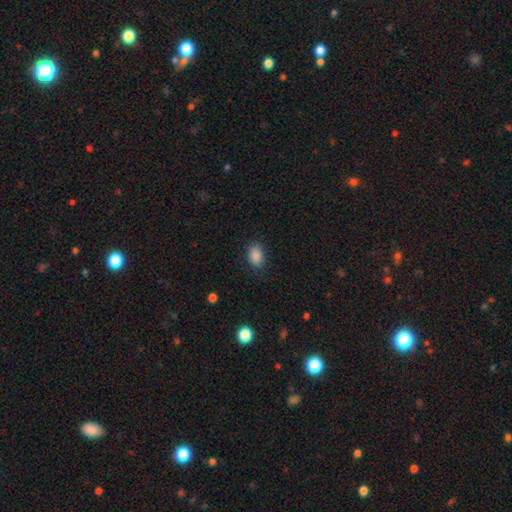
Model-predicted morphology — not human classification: This is clearly a smooth galaxy (88%). How rounded: clearly in between (85%). Merging: clearly none (80%).